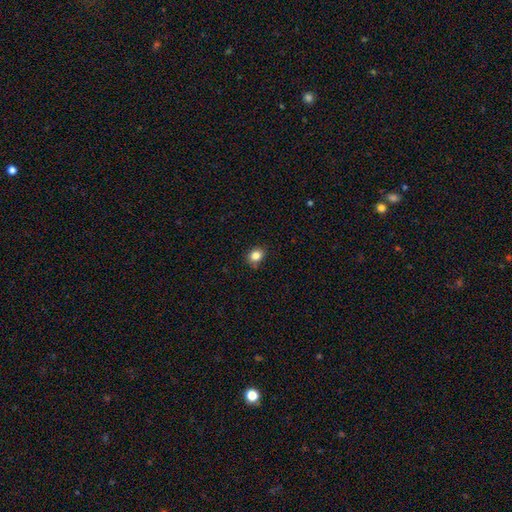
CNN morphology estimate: Smooth or featured?
  - smooth: 83% *
  - star or artifact: 11%
  - featured or disk: 5%
How rounded?
  - round: 65% *
  - in between: 34%
  - cigar-shaped: 1%
Merging?
  - none: 84% *
  - minor disturbance: 12%
  - major disturbance: 2%
  - merger: 2%